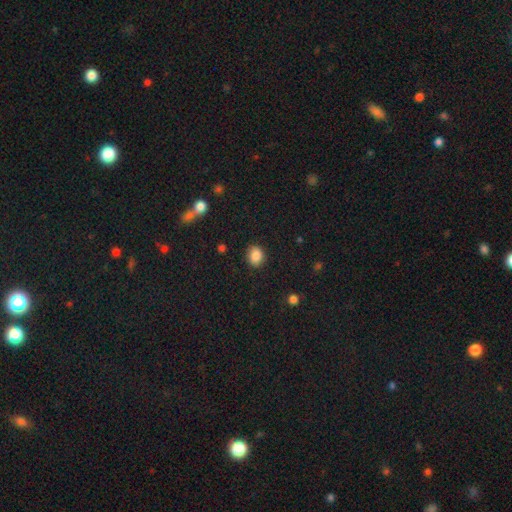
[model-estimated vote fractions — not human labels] The model was most divided on "how rounded": round: 53%, in between: 46%, cigar-shaped: 1%. More confident: smooth or featured — smooth (87%); merging — none (87%).